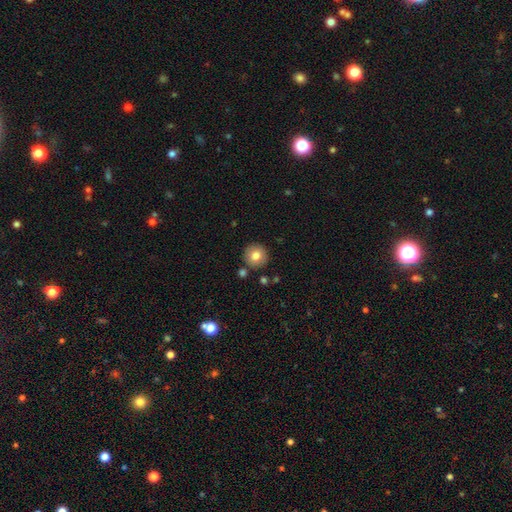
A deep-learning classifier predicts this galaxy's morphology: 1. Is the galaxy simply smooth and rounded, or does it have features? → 80% smooth, 11% featured or disk, 9% star or artifact.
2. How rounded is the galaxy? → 94% round, 5% in between, 1% cigar-shaped.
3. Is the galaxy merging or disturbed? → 86% none, 8% minor disturbance, 4% merger, 2% major disturbance.